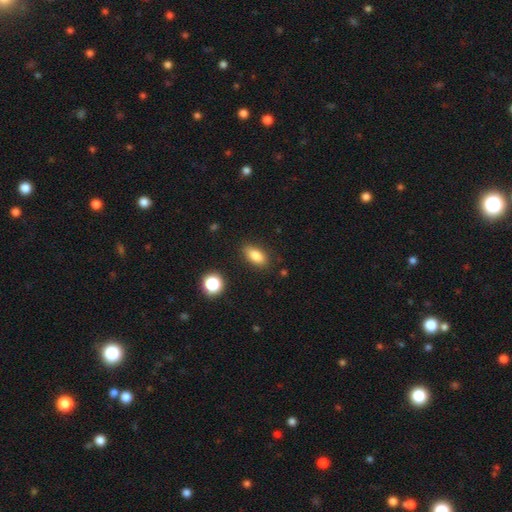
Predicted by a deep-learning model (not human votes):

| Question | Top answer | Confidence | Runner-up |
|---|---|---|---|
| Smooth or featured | smooth | 83% | star or artifact (9%) |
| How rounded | in between | 85% | cigar-shaped (8%) |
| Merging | none | 85% | minor disturbance (10%) |